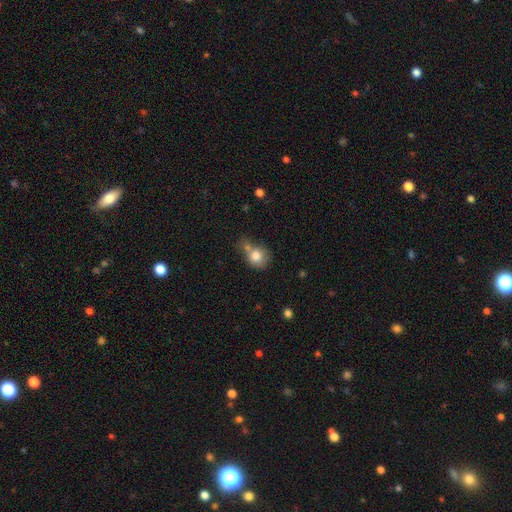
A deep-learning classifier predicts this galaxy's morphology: smooth_or_featured: smooth (p=0.79) [alt: featured or disk p=0.12]
how_rounded: round (p=0.75) [alt: in between p=0.24]
merging: none (p=0.39) [alt: merger p=0.37]